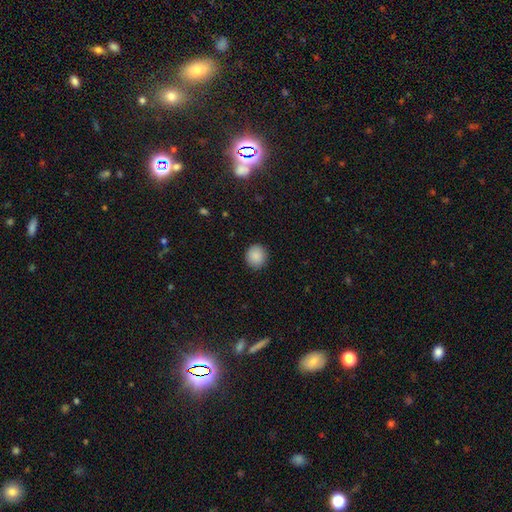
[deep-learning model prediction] This appears to be a smooth galaxy with no disk features (89%) that is round (91%). Merging: none (91%).